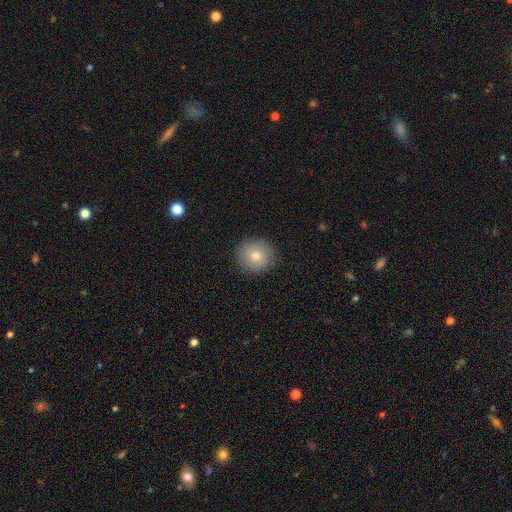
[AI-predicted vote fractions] This appears to be a smooth galaxy with no disk features (77%) that is round (91%). Merging: none (89%).